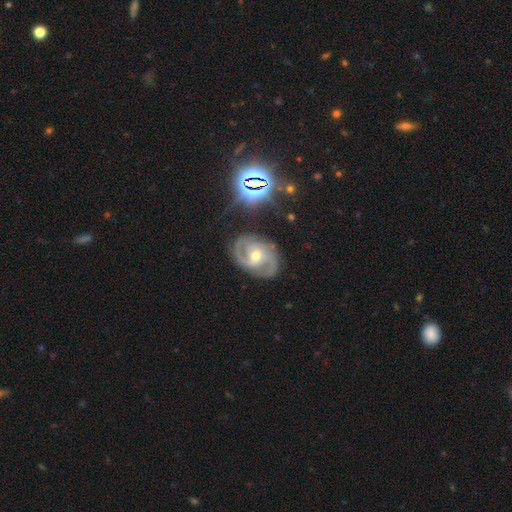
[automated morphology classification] This is clearly a featured or disk galaxy (85%). It is clearly not viewed edge-on (97%). Bar: possibly no (47%). Spiral arm pattern: clearly yes (97%). Spiral arm count: likely 2 (77%). Spiral winding: possibly medium (47%). Central bulge: possibly moderate (54%). Merging: likely none (78%).